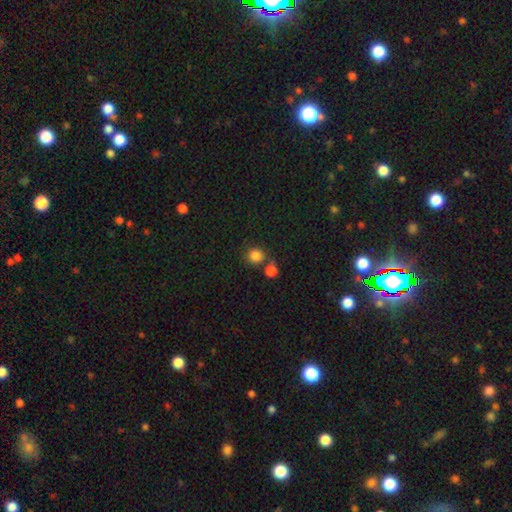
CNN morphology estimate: Overall: smooth (84%). How rounded: round (90%). Merging: none (69%).